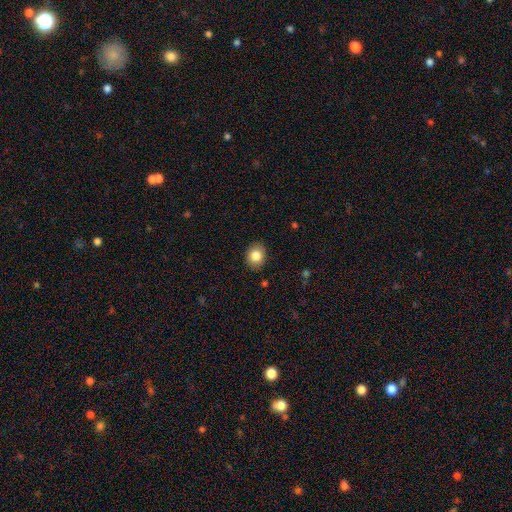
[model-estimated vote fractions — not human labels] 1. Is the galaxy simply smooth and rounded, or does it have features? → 84% smooth, 9% star or artifact, 8% featured or disk.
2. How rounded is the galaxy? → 55% round, 44% in between, 1% cigar-shaped.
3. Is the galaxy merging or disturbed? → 88% none, 9% minor disturbance, 2% major disturbance, 1% merger.